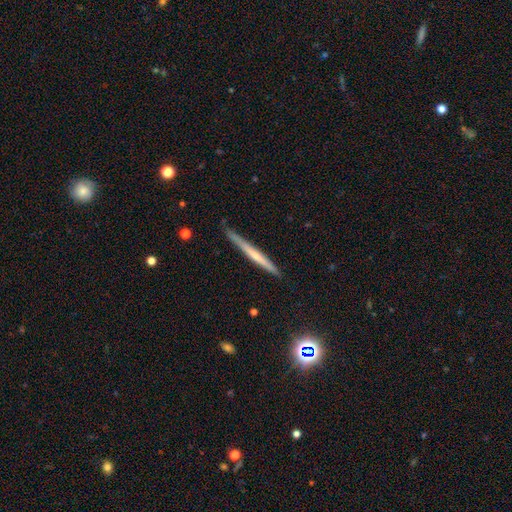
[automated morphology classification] Smooth or featured? Predicted: featured or disk (p=0.52). Edge-on disk? Predicted: yes (p=0.97). Edge-on bulge? Predicted: none (p=0.65). Merging? Predicted: none (p=0.83).